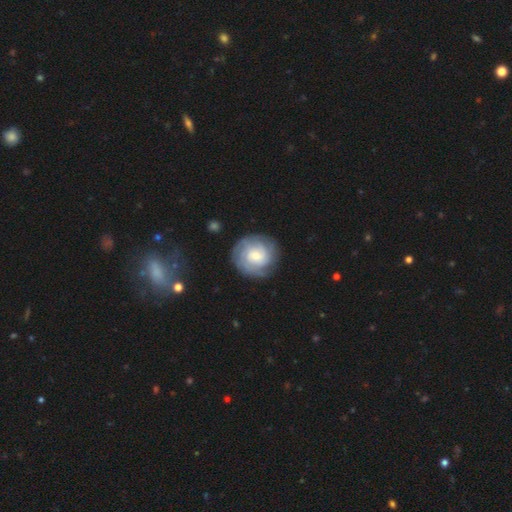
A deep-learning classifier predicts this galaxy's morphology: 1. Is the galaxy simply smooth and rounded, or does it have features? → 69% featured or disk, 25% smooth, 6% star or artifact.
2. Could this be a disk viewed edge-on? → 98% no, 2% yes.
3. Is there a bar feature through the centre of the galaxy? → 69% no, 27% weak, 4% strong.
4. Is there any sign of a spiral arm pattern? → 91% yes, 9% no.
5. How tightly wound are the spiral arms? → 71% tight, 23% medium, 7% loose.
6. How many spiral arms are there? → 42% can't tell, 17% 3, 15% 2, 14% 4, 6% more than 4, 6% 1.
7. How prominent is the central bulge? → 52% small, 40% moderate, 5% large, 2% none, 1% dominant.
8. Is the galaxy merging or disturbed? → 82% none, 12% minor disturbance, 5% major disturbance, 1% merger.